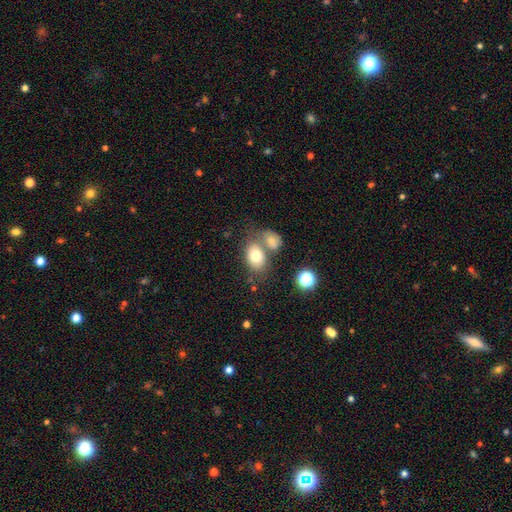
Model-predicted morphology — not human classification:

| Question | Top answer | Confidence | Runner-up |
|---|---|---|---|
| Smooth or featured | smooth | 75% | featured or disk (15%) |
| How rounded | in between | 74% | round (25%) |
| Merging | none | 49% | merger (33%) |